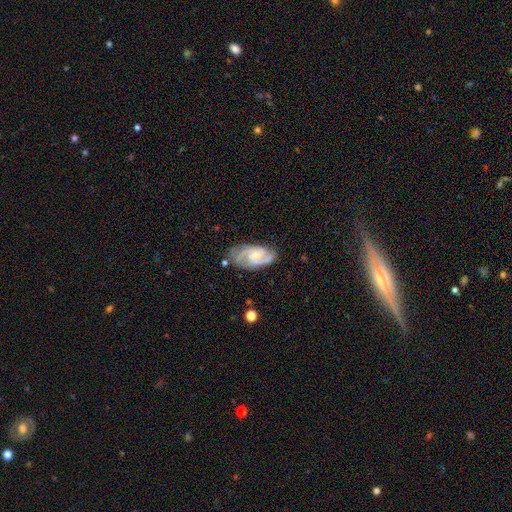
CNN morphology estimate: The model was most divided on "spiral winding": medium: 48%, tight: 43%, loose: 9%. More confident: spiral arms — yes (97%); edge-on disk — no (97%); smooth or featured — featured or disk (86%); merging — none (74%); spiral arm count — 2 (60%); bulge size — small (58%); bar — no (51%).